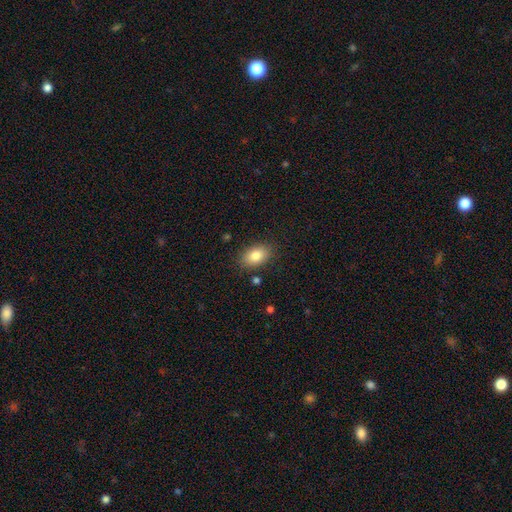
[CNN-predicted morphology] Overall: smooth (84%). How rounded: in between (89%). Merging: none (84%).